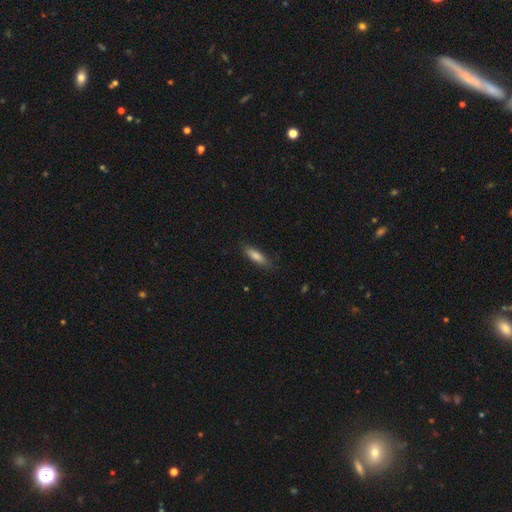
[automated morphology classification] Smooth or featured? smooth (78%)
How rounded? cigar-shaped (60%)
Merging? none (82%)